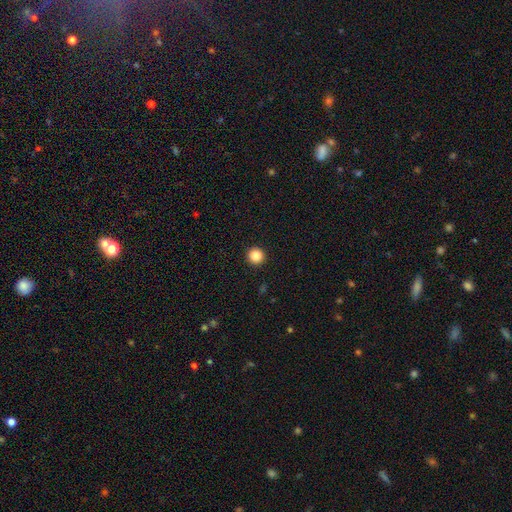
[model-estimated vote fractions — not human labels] This appears to be a smooth galaxy with no disk features (87%) that is round (96%). Merging: none (94%).